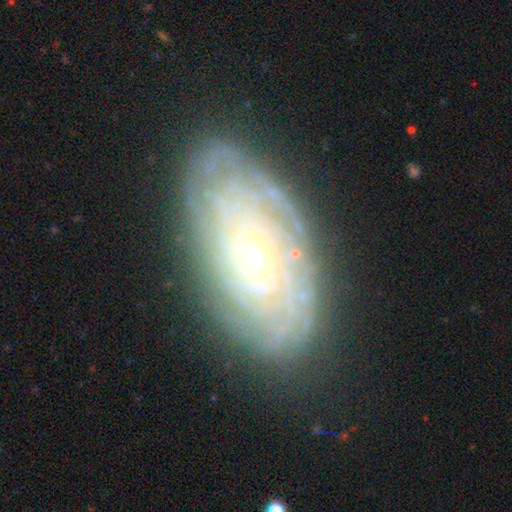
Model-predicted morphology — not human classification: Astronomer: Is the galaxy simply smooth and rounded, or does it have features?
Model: featured or disk — 79%.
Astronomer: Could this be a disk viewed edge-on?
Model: no — 93%.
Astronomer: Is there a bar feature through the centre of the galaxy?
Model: no — 81%.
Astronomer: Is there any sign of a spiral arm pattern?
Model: yes — 88%.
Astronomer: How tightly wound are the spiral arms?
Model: tight — 84%.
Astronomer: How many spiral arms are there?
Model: can't tell — 53%.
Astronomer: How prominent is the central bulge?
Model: small — 65%.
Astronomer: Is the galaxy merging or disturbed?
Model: none — 79%.